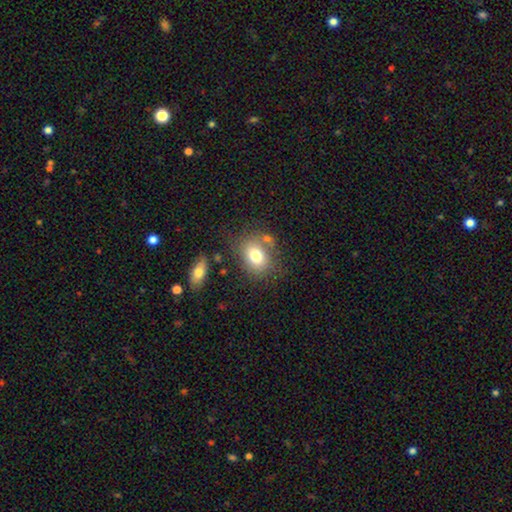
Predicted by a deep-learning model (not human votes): This is likely a smooth galaxy (76%). How rounded: possibly in between (58%). Merging: likely none (65%).